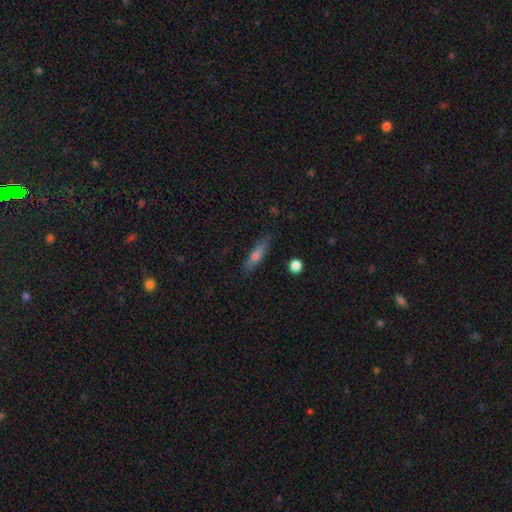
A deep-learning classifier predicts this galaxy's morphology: This appears to be a smooth galaxy with no disk features (56%) that is cigar-shaped (78%). Merging: none (84%).